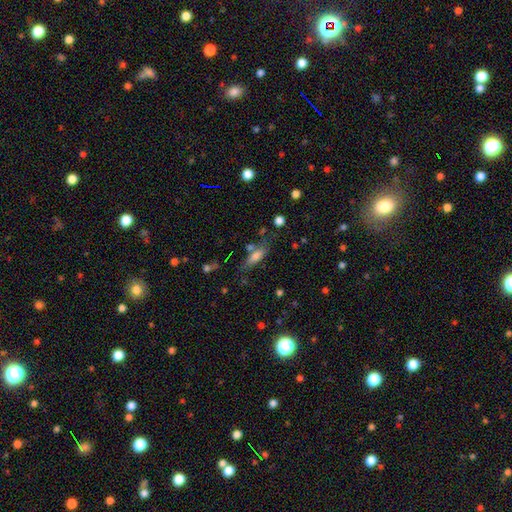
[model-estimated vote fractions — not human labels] This appears to be a smooth galaxy with no disk features (71%) that is in between round and cigar-shaped (63%). Merging: none (60%).